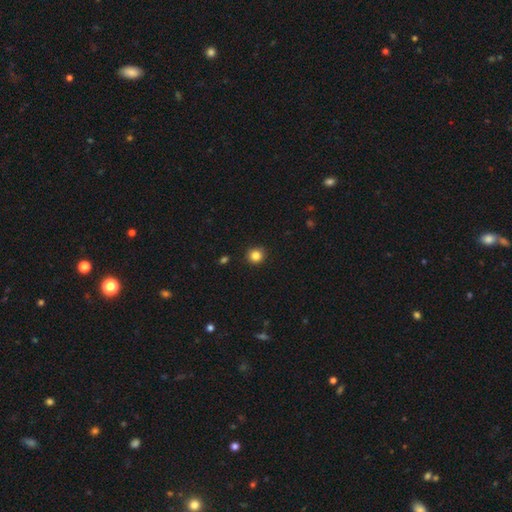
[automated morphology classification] smooth_or_featured: smooth (p=0.84) [alt: star or artifact p=0.12]
how_rounded: round (p=0.89) [alt: in between p=0.10]
merging: none (p=0.90) [alt: minor disturbance p=0.07]